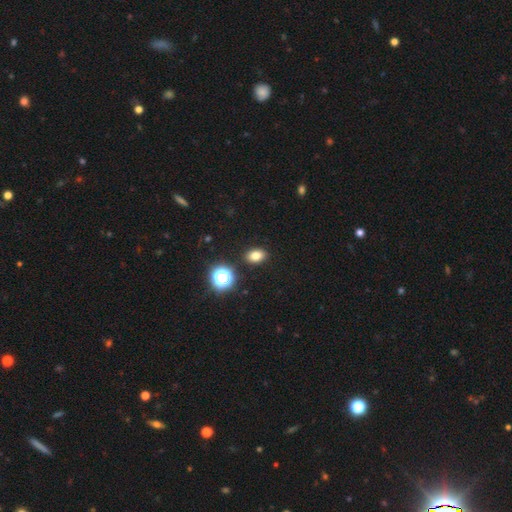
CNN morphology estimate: This appears to be a smooth galaxy with no disk features (77%) that is in between round and cigar-shaped (73%). Merging: none (88%).